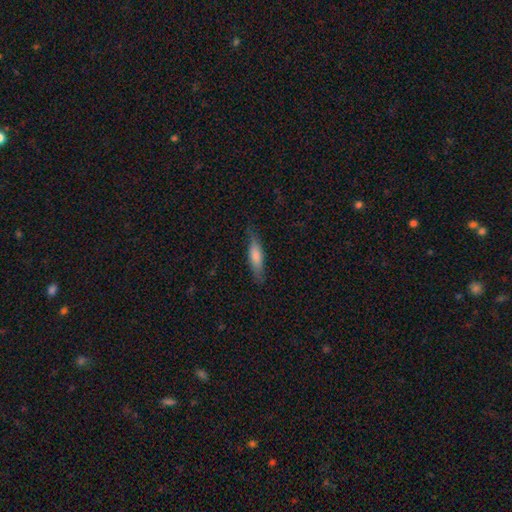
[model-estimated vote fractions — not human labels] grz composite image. It shows a smooth galaxy with no disk features (74%) that is cigar-shaped (60%). Merging: none (77%).